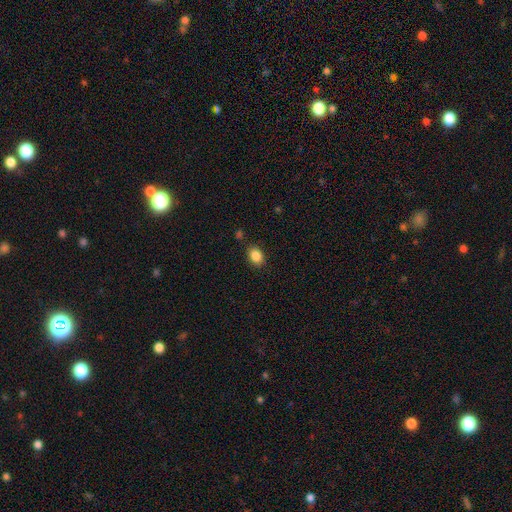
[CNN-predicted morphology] smooth-or-featured: smooth: 87% | star or artifact: 9% | featured or disk: 4%
  how-rounded: in between: 69% | round: 30% | cigar-shaped: 1%
  merging: none: 84% | minor disturbance: 10% | major disturbance: 3% | merger: 3%